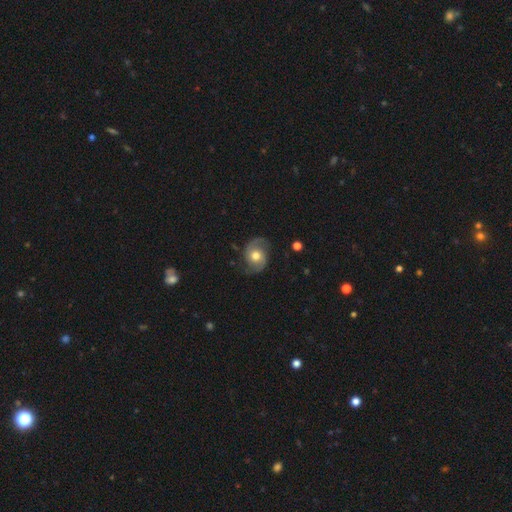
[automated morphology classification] A featured or disk galaxy (74%) with no bar (74%), 2 (91%) medium (47%) spiral arms (92%) and a moderate central bulge (74%).

Vote fractions:
- Smooth or featured? featured or disk: 74% / smooth: 19% / star or artifact: 7%
- Edge-on disk? no: 97% / yes: 3%
- Bar? no: 74% / weak: 22% / strong: 4%
- Spiral arms? yes: 92% / no: 8%
- Spiral winding? medium: 47% / loose: 30% / tight: 22%
- Spiral arm count? 2: 91% / can't tell: 4% / 1: 2% / 3: 1% / 4: 1% / more than 4: 1%
- Bulge size? moderate: 74% / large: 12% / small: 12% / dominant: 1% / none: 1%
- Merging? none: 77% / minor disturbance: 16% / major disturbance: 6% / merger: 1%